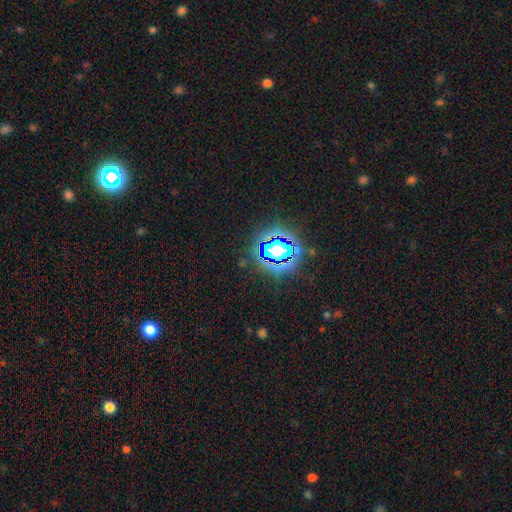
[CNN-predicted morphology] A star or artifact, not a galaxy (80%).